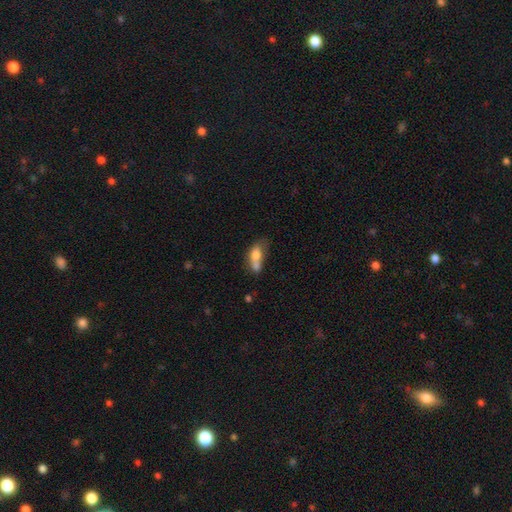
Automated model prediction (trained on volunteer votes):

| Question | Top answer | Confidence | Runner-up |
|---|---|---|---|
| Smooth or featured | smooth | 69% | featured or disk (22%) |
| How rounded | in between | 77% | cigar-shaped (12%) |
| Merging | merger | 47% | none (22%) |